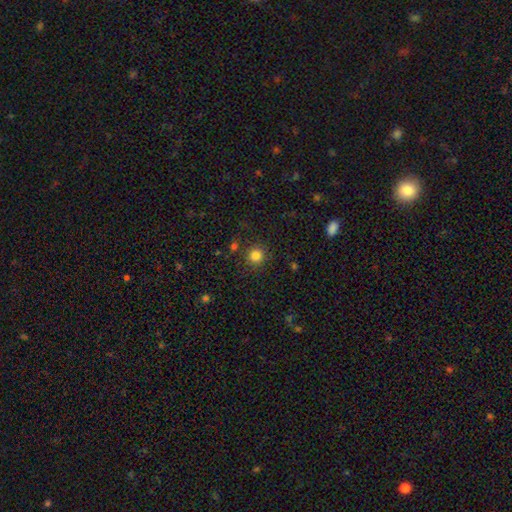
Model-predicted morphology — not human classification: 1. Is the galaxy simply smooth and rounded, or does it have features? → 82% smooth, 13% star or artifact, 5% featured or disk.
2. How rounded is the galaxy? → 93% round, 6% in between, 1% cigar-shaped.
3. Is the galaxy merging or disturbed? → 87% none, 7% minor disturbance, 3% major disturbance, 3% merger.